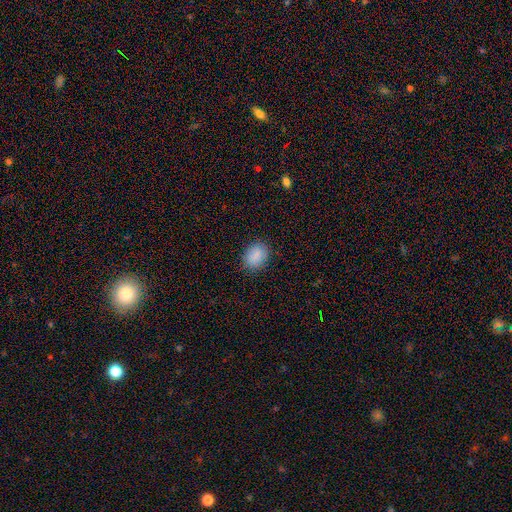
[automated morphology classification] A smooth galaxy with no disk features (88%) that is in between round and cigar-shaped (59%).

Vote fractions:
- Smooth or featured? smooth: 88% / star or artifact: 8% / featured or disk: 4%
- How rounded? in between: 59% / round: 40% / cigar-shaped: 1%
- Merging? none: 85% / minor disturbance: 12% / major disturbance: 3% / merger: 1%